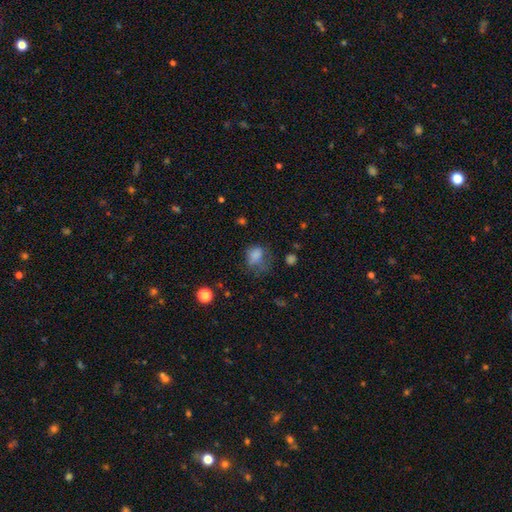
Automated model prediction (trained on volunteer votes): smooth-or-featured: smooth: 75% | star or artifact: 13% | featured or disk: 11%
  how-rounded: in between: 52% | round: 47% | cigar-shaped: 1%
  merging: none: 35% | major disturbance: 33% | minor disturbance: 28% | merger: 4%